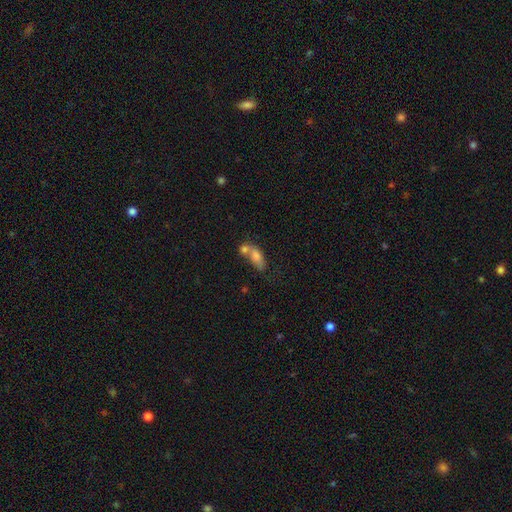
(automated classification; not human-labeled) Smooth or featured?
  - smooth: 71% *
  - featured or disk: 19%
  - star or artifact: 10%
How rounded?
  - in between: 76% *
  - cigar-shaped: 14%
  - round: 10%
Merging?
  - merger: 54% *
  - none: 27%
  - minor disturbance: 12%
  - major disturbance: 7%